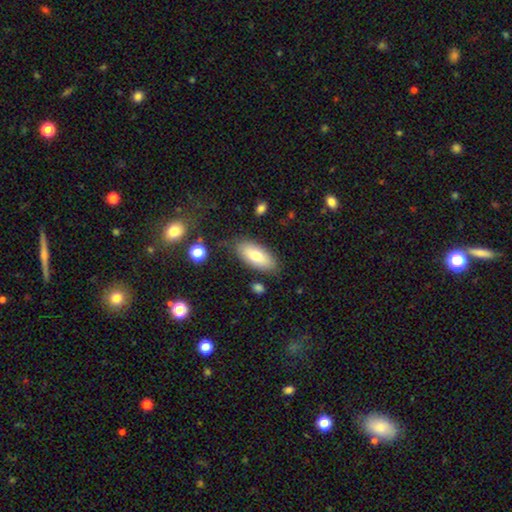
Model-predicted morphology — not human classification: Smooth or featured? smooth (75%)
How rounded? in between (85%)
Merging? none (81%)